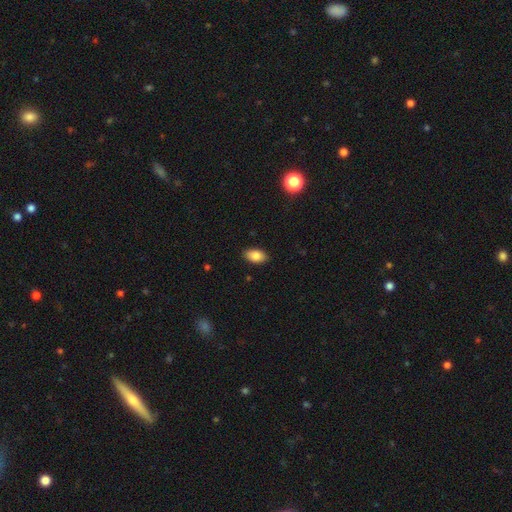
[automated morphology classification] This appears to be a smooth galaxy with no disk features (85%) that is in between round and cigar-shaped (92%). Merging: none (88%).